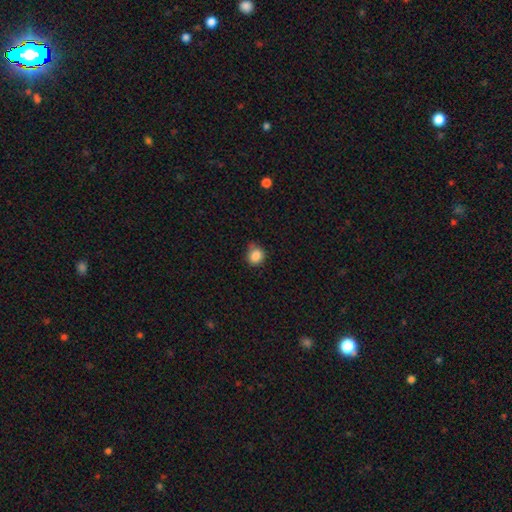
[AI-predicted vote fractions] A smooth galaxy with no disk features (84%) that is round (78%).

Vote fractions:
- Smooth or featured? smooth: 84% / star or artifact: 10% / featured or disk: 5%
- How rounded? round: 78% / in between: 21% / cigar-shaped: 1%
- Merging? none: 61% / minor disturbance: 31% / major disturbance: 6% / merger: 3%